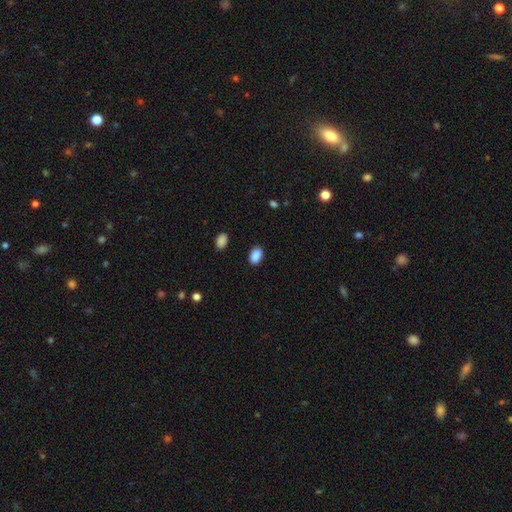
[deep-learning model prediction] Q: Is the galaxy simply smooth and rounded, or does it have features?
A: smooth — 89%.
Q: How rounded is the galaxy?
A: in between — 87%.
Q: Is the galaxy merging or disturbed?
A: none — 88%.